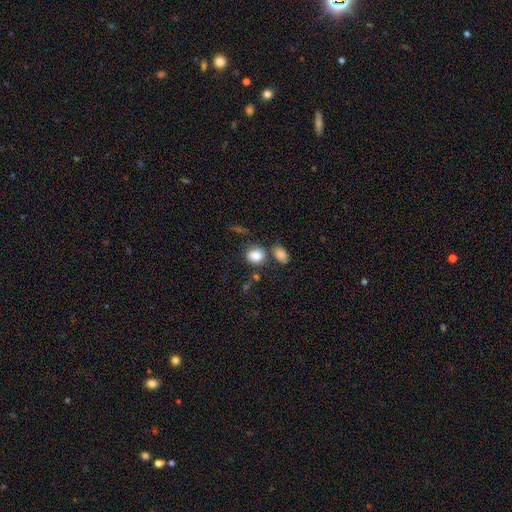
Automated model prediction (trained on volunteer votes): smooth_or_featured: smooth (p=0.85) [alt: star or artifact p=0.09]
how_rounded: in between (p=0.51) [alt: round p=0.48]
merging: none (p=0.64) [alt: merger p=0.17]